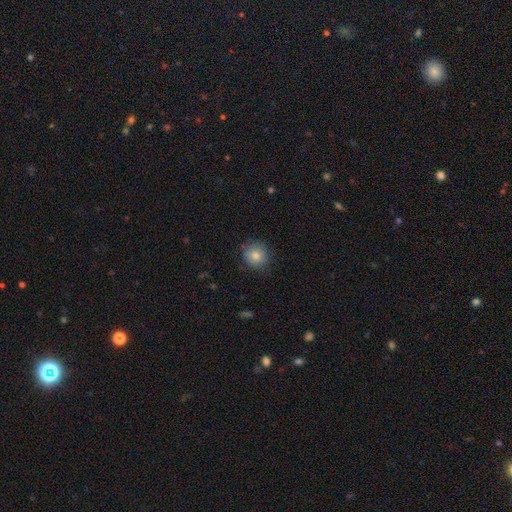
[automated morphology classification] Smooth or featured? smooth (81%)
How rounded? round (89%)
Merging? none (83%)